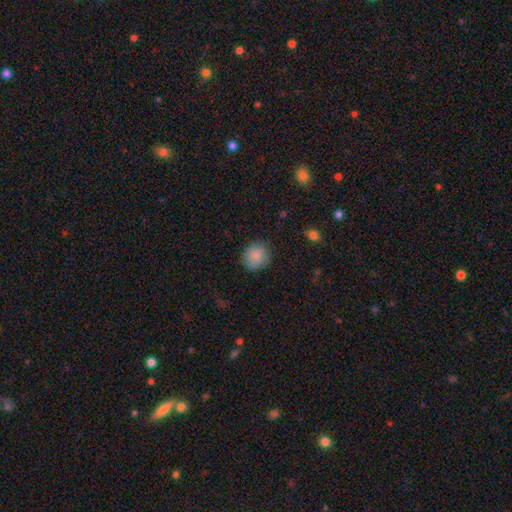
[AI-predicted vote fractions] smooth 86%, star or artifact 8%, featured or disk 5%. Down the decision tree: how rounded — round (83%); merging — none (83%).